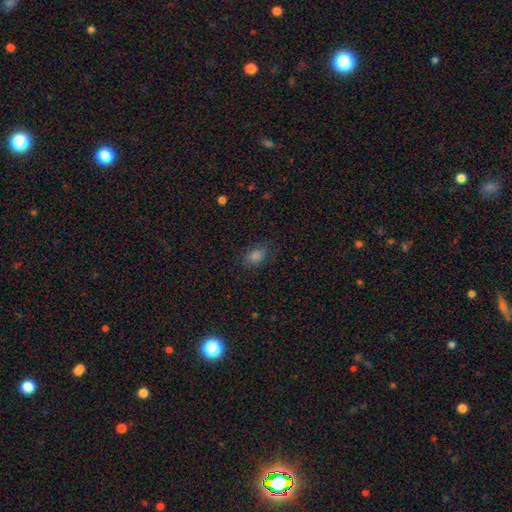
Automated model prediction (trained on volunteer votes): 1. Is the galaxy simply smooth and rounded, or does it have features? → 72% smooth, 19% star or artifact, 9% featured or disk.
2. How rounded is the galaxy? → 75% in between, 23% round, 2% cigar-shaped.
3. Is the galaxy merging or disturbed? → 77% none, 16% minor disturbance, 5% major disturbance, 1% merger.